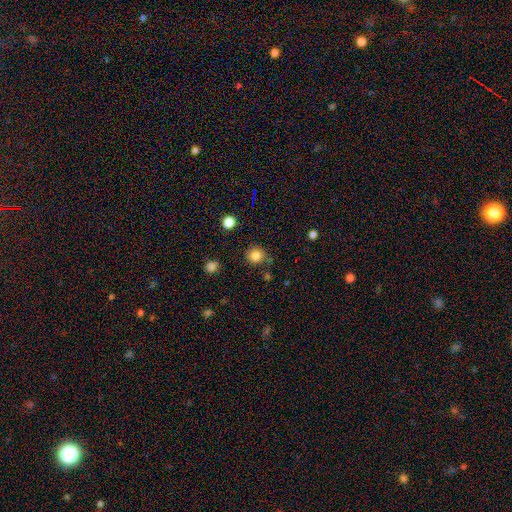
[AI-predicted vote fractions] smooth 83%, star or artifact 12%, featured or disk 5%. Down the decision tree: how rounded — round (90%); merging — none (81%).